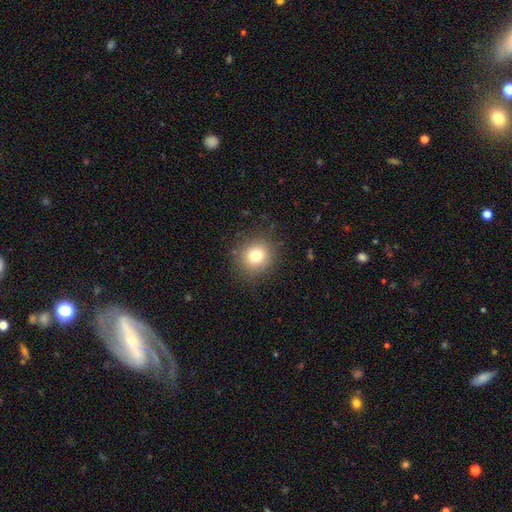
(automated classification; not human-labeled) Smooth or featured? smooth (76%)
How rounded? round (89%)
Merging? none (86%)